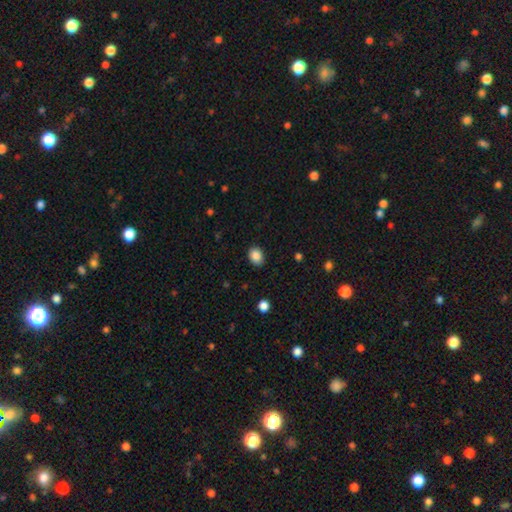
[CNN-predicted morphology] type=smooth (87%); roundness=in between (56%); merging=none (87%).